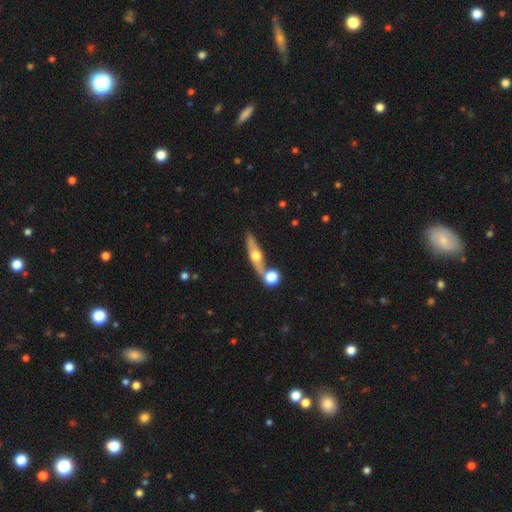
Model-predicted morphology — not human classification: This is possibly a featured or disk galaxy (59%). It is clearly viewed edge-on (87%). Edge-on bulge: clearly rounded (94%). Merging: likely none (66%).